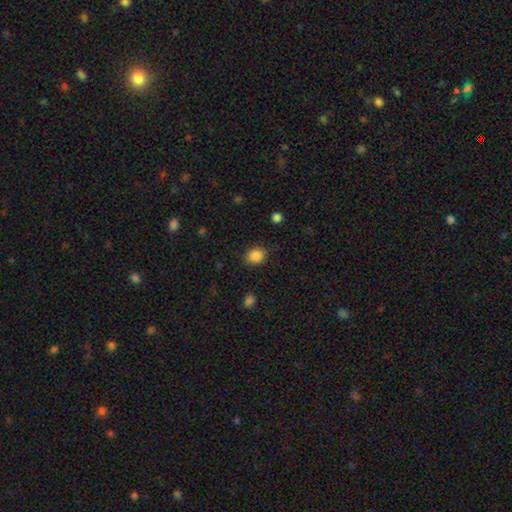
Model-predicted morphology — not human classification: A smooth galaxy with no disk features (87%) that is round (58%). Merging: none (87%).